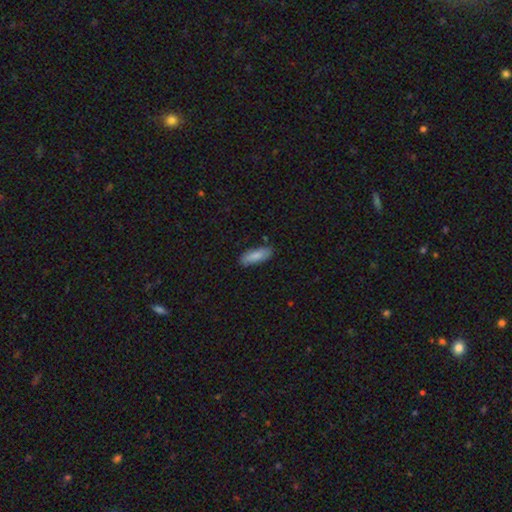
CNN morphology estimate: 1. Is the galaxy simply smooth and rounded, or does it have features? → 84% smooth, 10% featured or disk, 6% star or artifact.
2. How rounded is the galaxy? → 64% in between, 35% cigar-shaped, 2% round.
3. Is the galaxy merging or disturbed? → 83% none, 13% minor disturbance, 2% major disturbance, 2% merger.